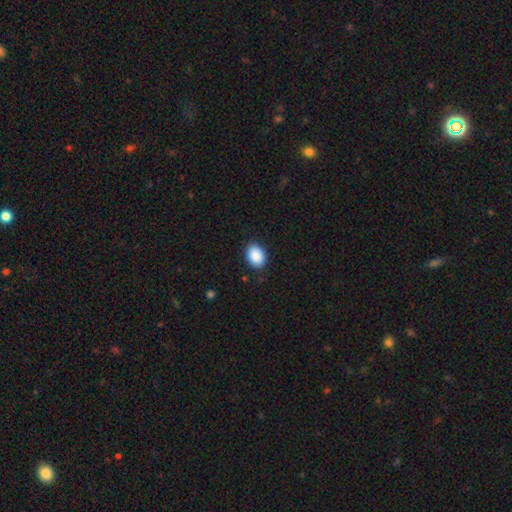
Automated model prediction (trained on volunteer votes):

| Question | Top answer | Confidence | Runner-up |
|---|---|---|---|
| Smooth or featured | smooth | 90% | star or artifact (7%) |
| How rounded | in between | 78% | round (22%) |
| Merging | none | 89% | minor disturbance (8%) |